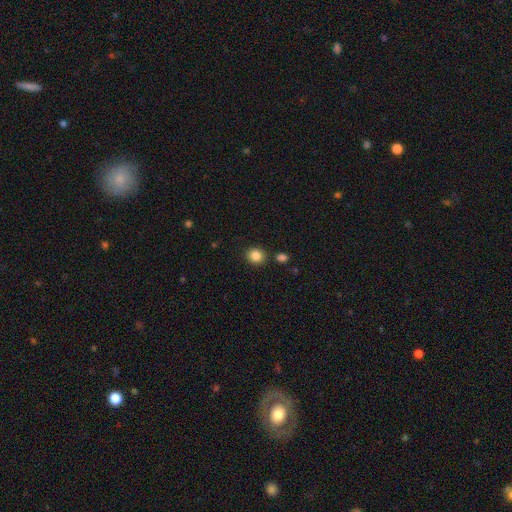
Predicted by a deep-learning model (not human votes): The model was most divided on "how rounded": round: 81%, in between: 19%, cigar-shaped: 1%. More confident: smooth or featured — smooth (86%); merging — none (85%).